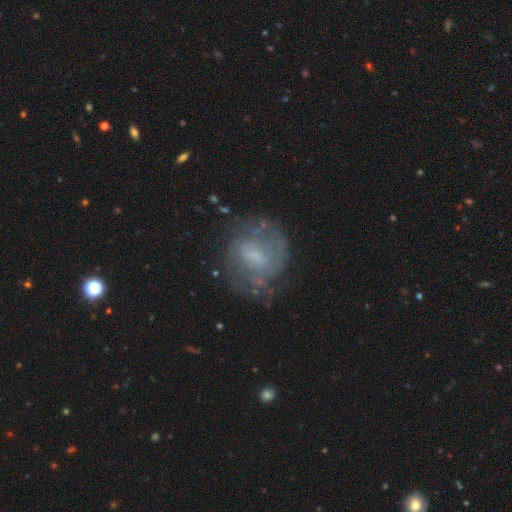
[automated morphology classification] Smooth or featured? Predicted: featured or disk (p=0.65). Edge-on disk? Predicted: no (p=0.97). Bar? Predicted: no (p=0.46). Spiral arms? Predicted: yes (p=0.67). Bulge size? Predicted: small (p=0.40). Merging? Predicted: none (p=0.64).